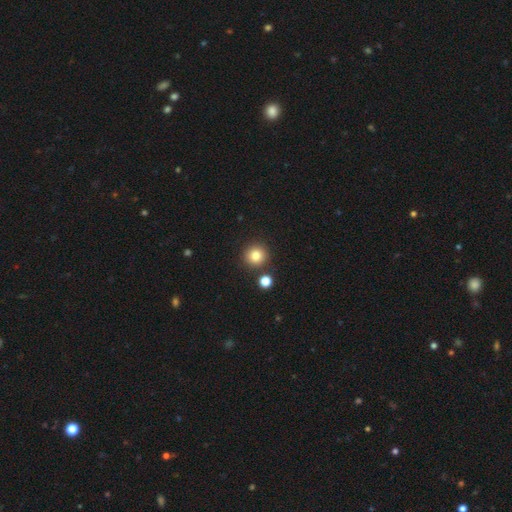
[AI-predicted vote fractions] Smooth or featured? Predicted: smooth (p=0.82). How rounded? Predicted: round (p=0.93). Merging? Predicted: none (p=0.85).